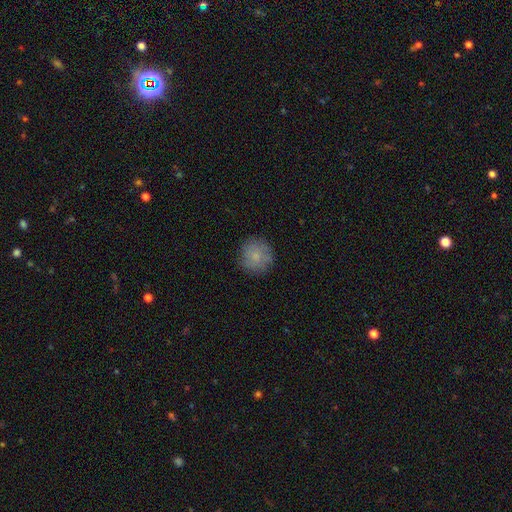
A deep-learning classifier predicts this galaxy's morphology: Smooth or featured? Predicted: smooth (p=0.76). How rounded? Predicted: round (p=0.91). Merging? Predicted: none (p=0.82).